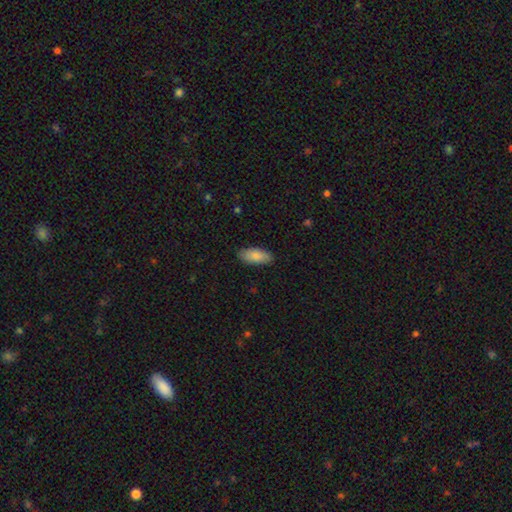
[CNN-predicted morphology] smooth_or_featured: smooth (p=0.84) [alt: featured or disk p=0.11]
how_rounded: in between (p=0.88) [alt: cigar-shaped p=0.10]
merging: none (p=0.86) [alt: minor disturbance p=0.11]